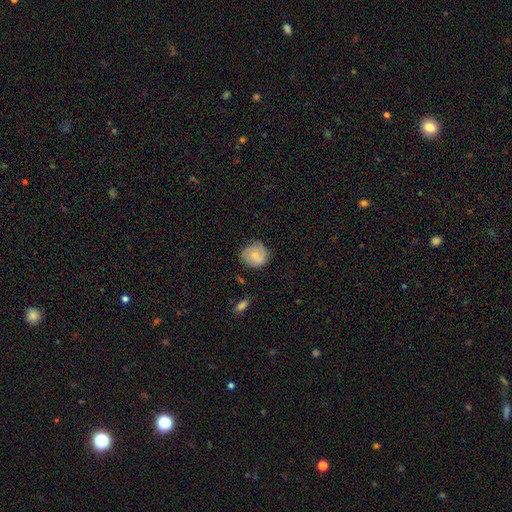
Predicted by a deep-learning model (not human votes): This appears to be a smooth galaxy with no disk features (56%) that is round (84%). Merging: none (69%).